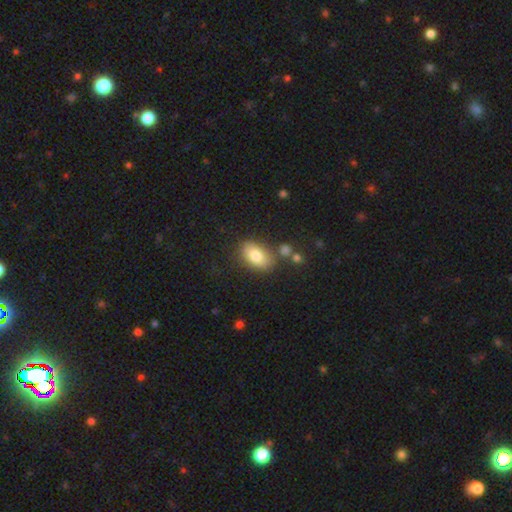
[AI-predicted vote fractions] Q: Smooth or featured?
A: smooth (82%); runner-up: featured or disk (10%)
Q: How rounded?
A: in between (90%); runner-up: round (8%)
Q: Merging?
A: none (73%); runner-up: minor disturbance (14%)